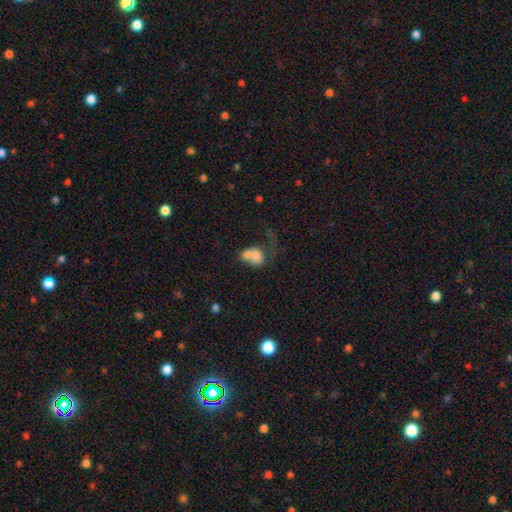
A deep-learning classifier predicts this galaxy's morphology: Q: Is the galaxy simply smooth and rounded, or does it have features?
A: smooth — 67%.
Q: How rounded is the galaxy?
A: in between — 54%.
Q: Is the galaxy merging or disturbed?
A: merger — 59%.